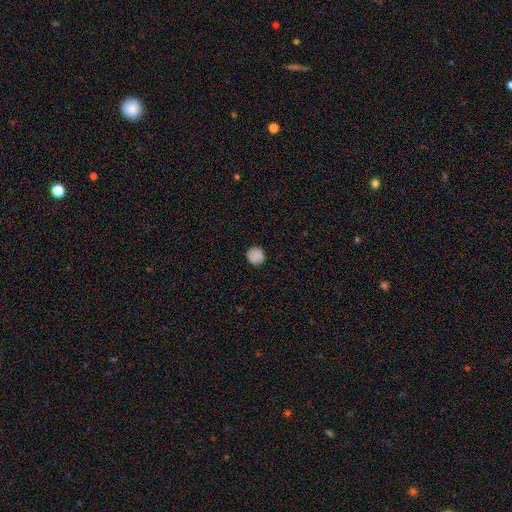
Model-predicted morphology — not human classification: Smooth or featured? Predicted: smooth (p=0.85). How rounded? Predicted: round (p=0.88). Merging? Predicted: none (p=0.86).